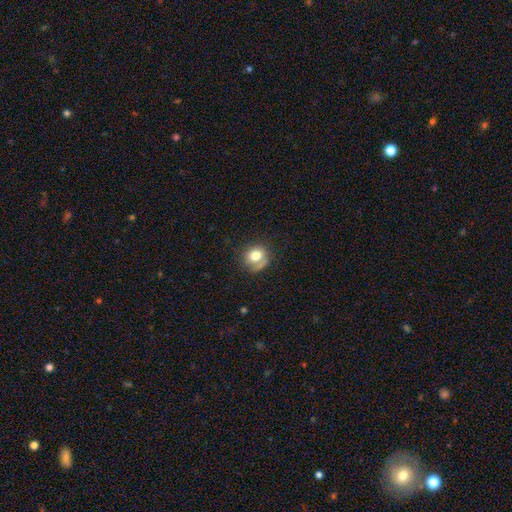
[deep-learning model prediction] A smooth galaxy with no disk features (74%) that is round (76%).

Vote fractions:
- Smooth or featured? smooth: 74% / featured or disk: 16% / star or artifact: 10%
- How rounded? round: 76% / in between: 23% / cigar-shaped: 1%
- Merging? none: 56% / minor disturbance: 24% / major disturbance: 12% / merger: 9%